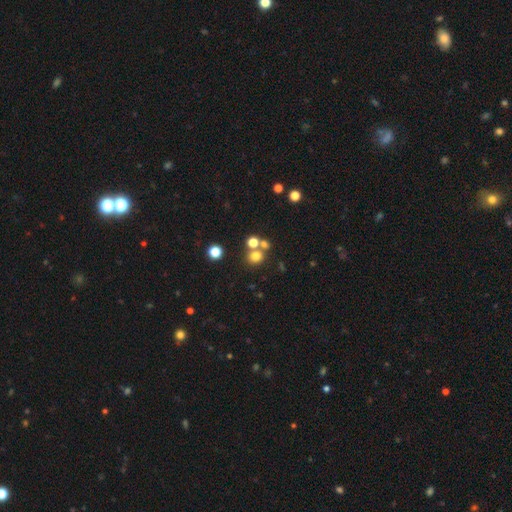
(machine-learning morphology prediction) This is likely a smooth galaxy (73%). How rounded: clearly round (83%). Merging: likely none (60%).